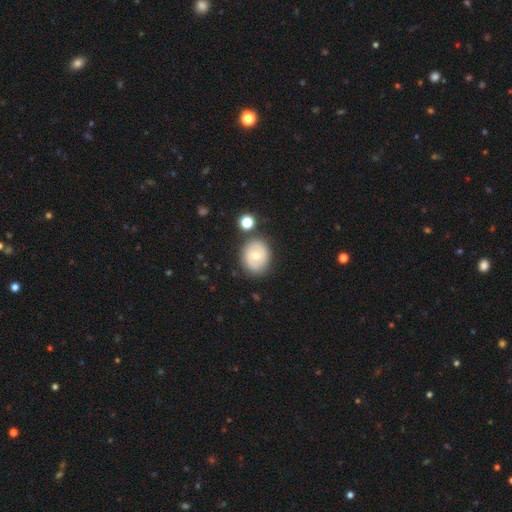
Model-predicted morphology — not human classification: Overall: smooth (49%; featured or disk 44%). Merging: none (76%).